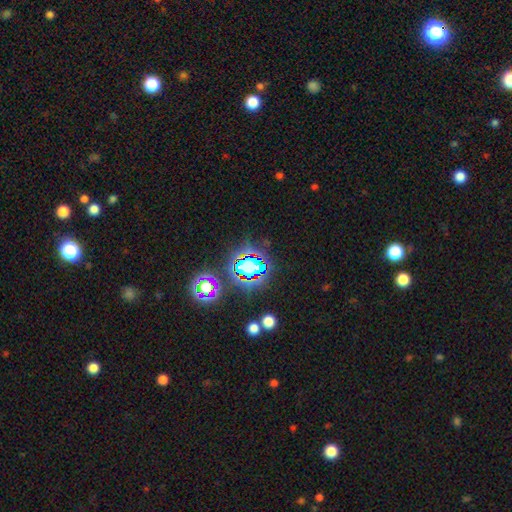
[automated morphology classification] The model was most divided on "smooth or featured": star or artifact: 79%, smooth: 13%, featured or disk: 8%.